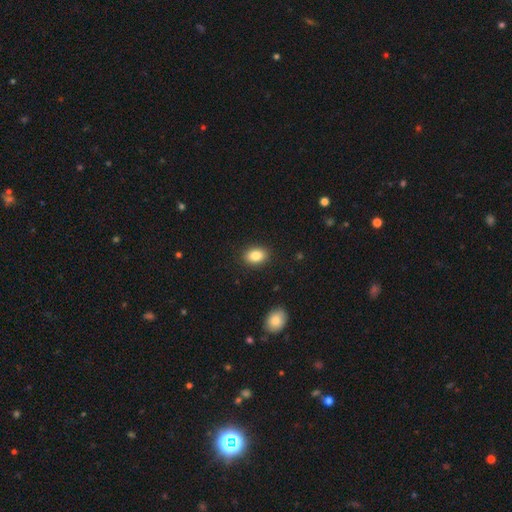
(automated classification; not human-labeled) smooth 86%, star or artifact 8%, featured or disk 6%. Down the decision tree: how rounded — in between (79%); merging — none (89%).